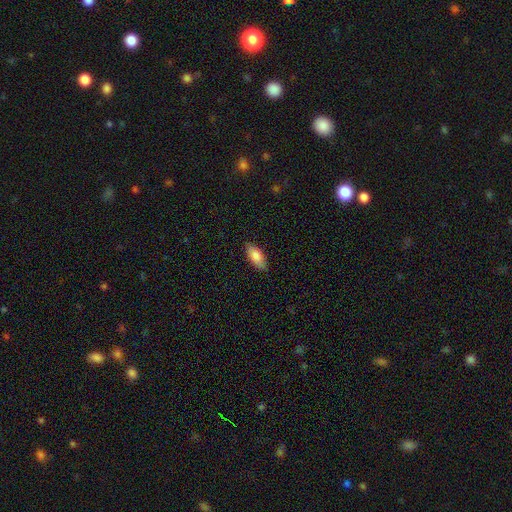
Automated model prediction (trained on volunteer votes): smooth 81%, featured or disk 12%, star or artifact 6%. Down the decision tree: how rounded — in between (84%); merging — none (84%).